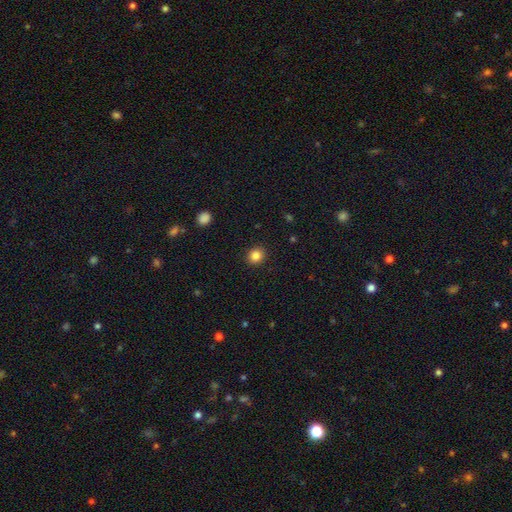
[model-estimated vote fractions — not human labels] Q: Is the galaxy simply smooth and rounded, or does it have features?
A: smooth — 84%.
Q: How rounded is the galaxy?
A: round — 81%.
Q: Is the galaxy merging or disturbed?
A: none — 91%.